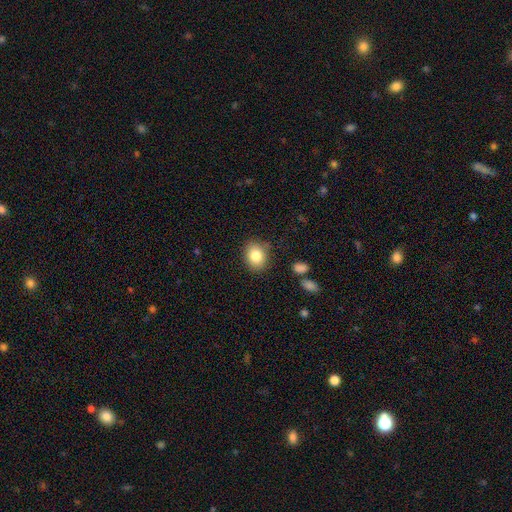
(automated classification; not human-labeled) Smooth or featured? smooth (82%)
How rounded? in between (50%)
Merging? none (84%)